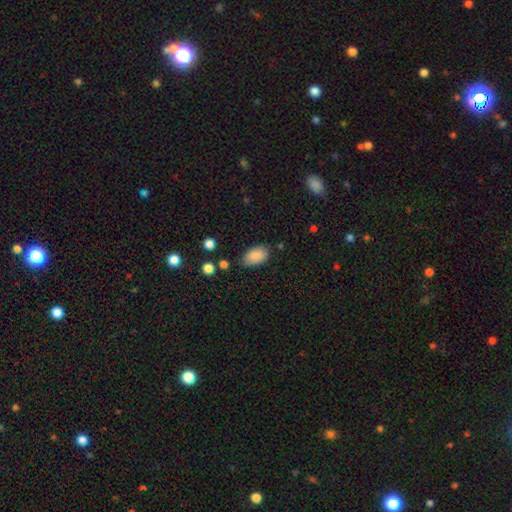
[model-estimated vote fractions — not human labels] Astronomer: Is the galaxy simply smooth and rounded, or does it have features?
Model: smooth — 87%.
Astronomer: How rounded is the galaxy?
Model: in between — 93%.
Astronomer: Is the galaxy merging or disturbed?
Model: none — 75%.